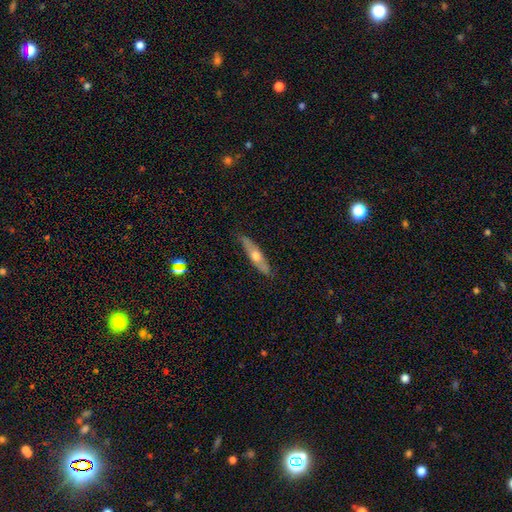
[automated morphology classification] Q: Smooth or featured?
A: featured or disk (53%); runner-up: smooth (41%)
Q: Edge-on disk?
A: yes (81%); runner-up: no (19%)
Q: Merging?
A: none (85%); runner-up: minor disturbance (12%)